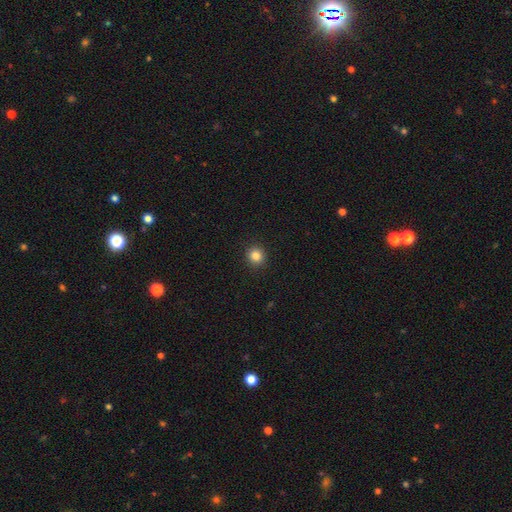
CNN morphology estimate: smooth-or-featured: smooth: 83% | star or artifact: 12% | featured or disk: 5%
  how-rounded: round: 89% | in between: 10% | cigar-shaped: 1%
  merging: none: 92% | minor disturbance: 5% | major disturbance: 2% | merger: 1%